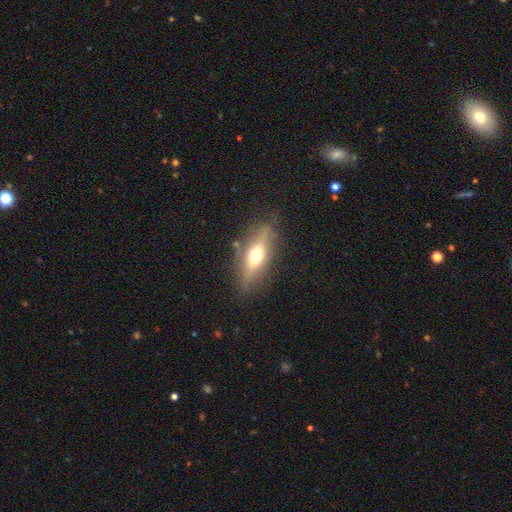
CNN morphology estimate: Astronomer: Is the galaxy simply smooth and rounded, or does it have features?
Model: featured or disk — 50% (runner-up: smooth, 43%).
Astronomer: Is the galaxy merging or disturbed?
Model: none — 79%.